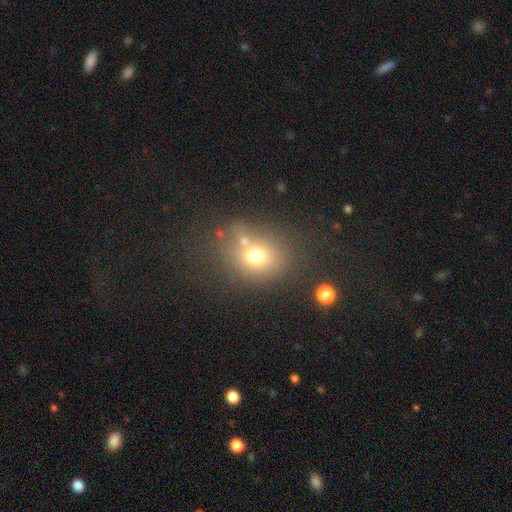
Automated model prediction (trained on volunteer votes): Morphology: type=smooth (68%); roundness=round (60%); merging=none (57%).